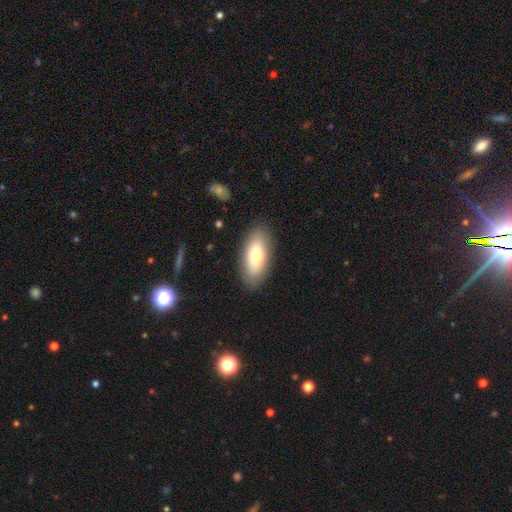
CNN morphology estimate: Smooth or featured? smooth (76%)
How rounded? in between (84%)
Merging? none (86%)